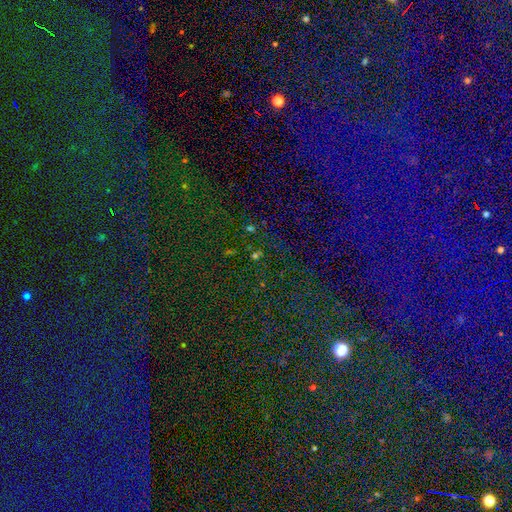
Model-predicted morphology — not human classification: A star or artifact, not a galaxy (73%).